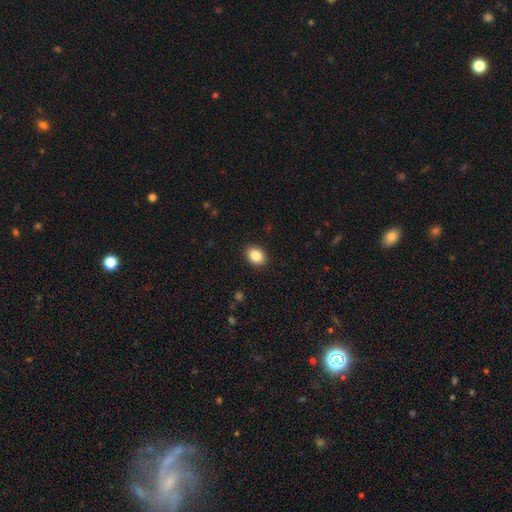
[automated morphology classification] Smooth or featured? smooth (86%)
How rounded? in between (68%)
Merging? none (90%)